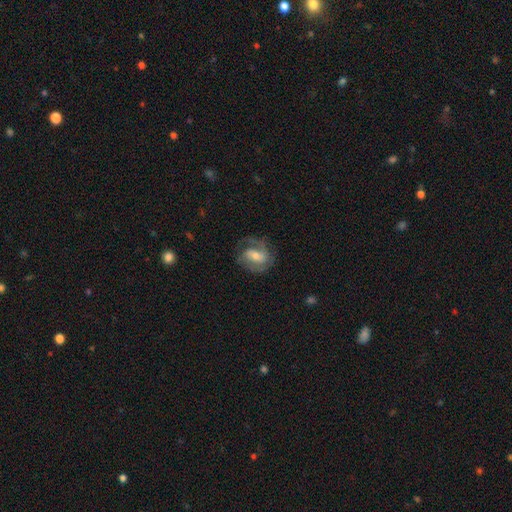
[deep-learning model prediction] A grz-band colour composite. It shows a featured or disk galaxy (70%) with a weak bar (43%), 2 (60%) medium (47%) spiral arms (87%) and a moderate central bulge (52%). Merging: none (63%).